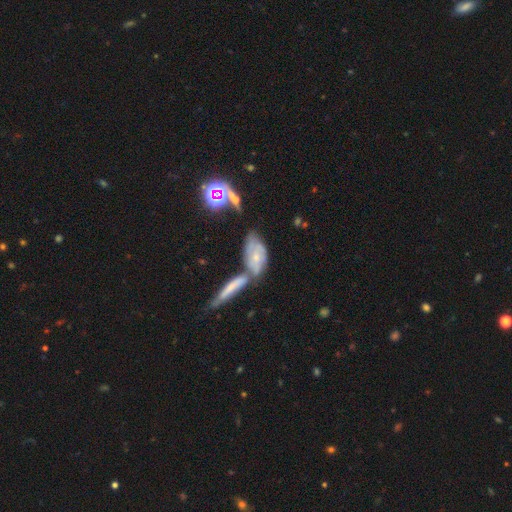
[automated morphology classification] Smooth or featured: featured or disk — 56% (smooth — 35%)
Edge-on disk: no — 85% (yes — 15%)
Merging: merger — 43% (none — 31%)